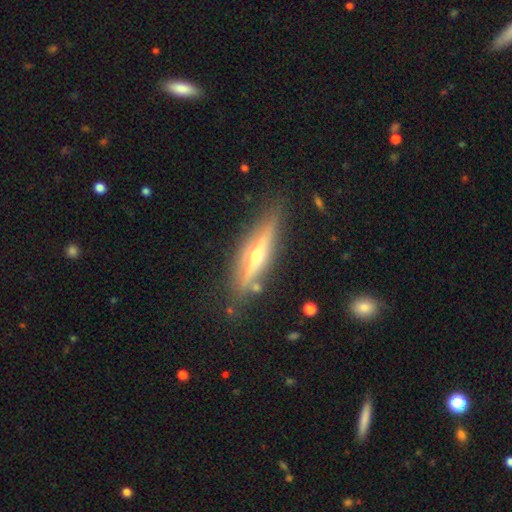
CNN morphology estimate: smooth_or_featured: featured or disk (p=0.73) [alt: smooth p=0.21]
disk_edge_on: yes (p=0.94) [alt: no p=0.06]
edge_on_bulge: rounded (p=0.92) [alt: none p=0.05]
merging: none (p=0.84) [alt: minor disturbance p=0.11]